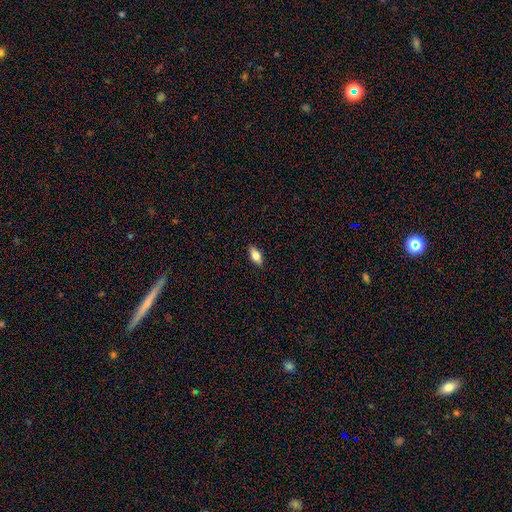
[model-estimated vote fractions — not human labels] Overall: smooth (76%). How rounded: in between (86%). Merging: none (88%).